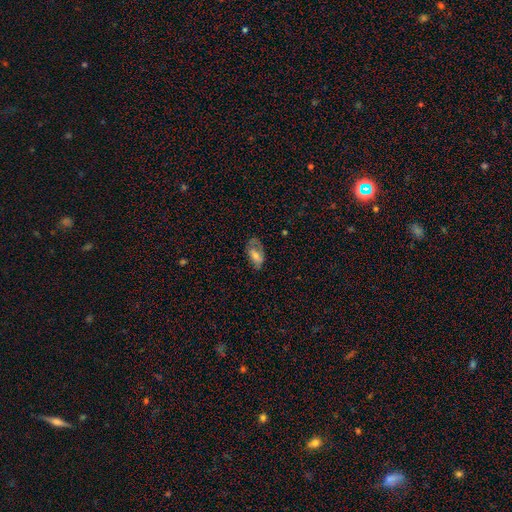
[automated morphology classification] smooth-or-featured: smooth: 56% | featured or disk: 36% | star or artifact: 8%
  how-rounded: in between: 91% | round: 5% | cigar-shaped: 5%
  merging: none: 54% | minor disturbance: 29% | major disturbance: 15% | merger: 2%